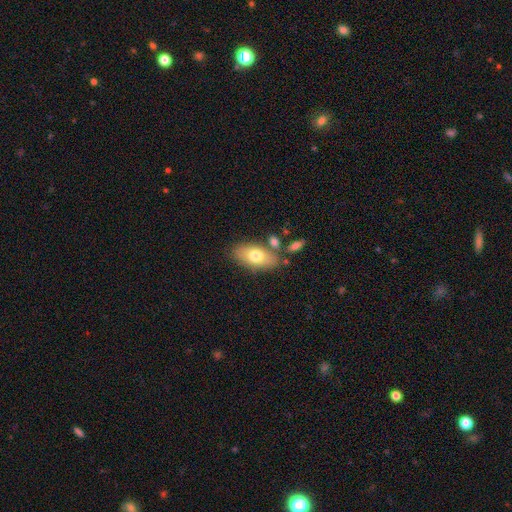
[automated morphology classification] Q: Smooth or featured?
A: smooth (73%); runner-up: featured or disk (20%)
Q: How rounded?
A: in between (90%); runner-up: cigar-shaped (5%)
Q: Merging?
A: none (71%); runner-up: minor disturbance (14%)